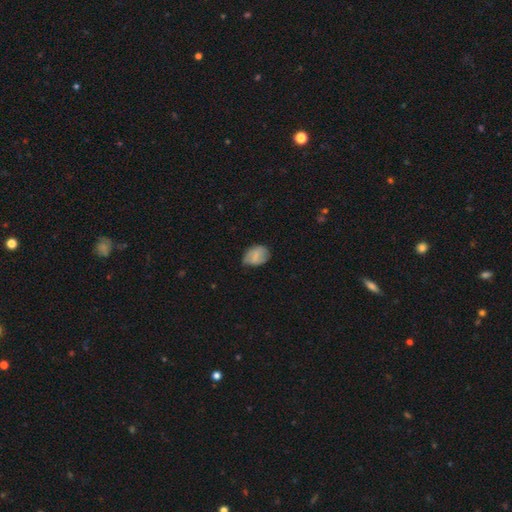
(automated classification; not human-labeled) Overall: smooth (64%; featured or disk 27%). How rounded: in between (73%). Merging: none (56%; minor disturbance 34%).